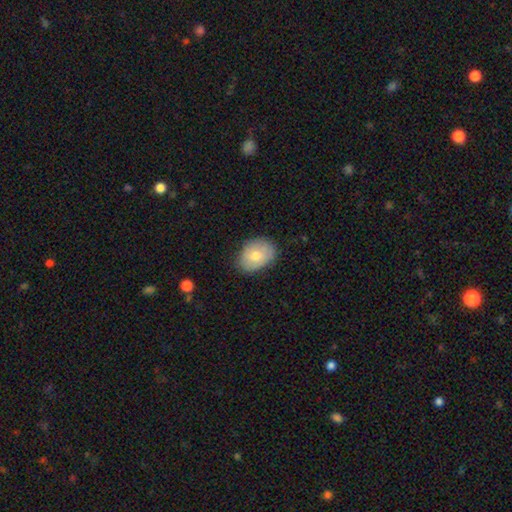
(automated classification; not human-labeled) smooth_or_featured: smooth (p=0.72) [alt: featured or disk p=0.21]
how_rounded: in between (p=0.69) [alt: round p=0.30]
merging: none (p=0.77) [alt: minor disturbance p=0.18]